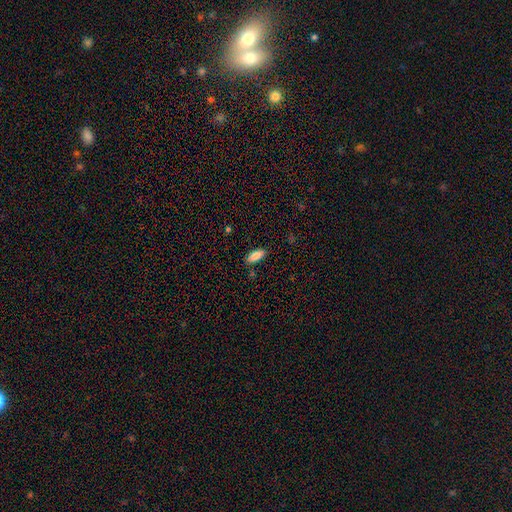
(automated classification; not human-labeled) Smooth or featured: smooth — 86% (star or artifact — 7%)
How rounded: in between — 84% (cigar-shaped — 14%)
Merging: none — 85% (minor disturbance — 10%)